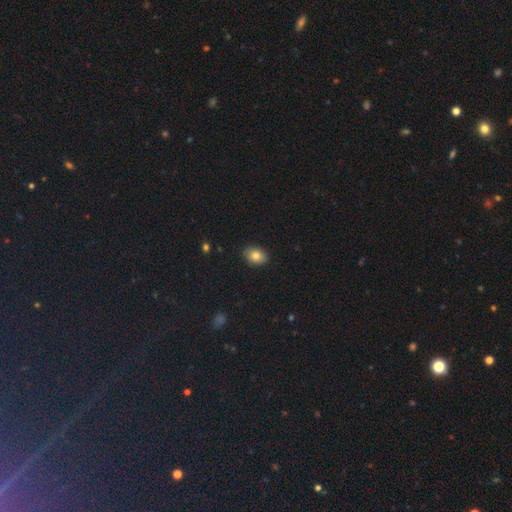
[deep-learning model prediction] This appears to be a smooth galaxy with no disk features (82%) that is in between round and cigar-shaped (77%). Merging: none (88%).